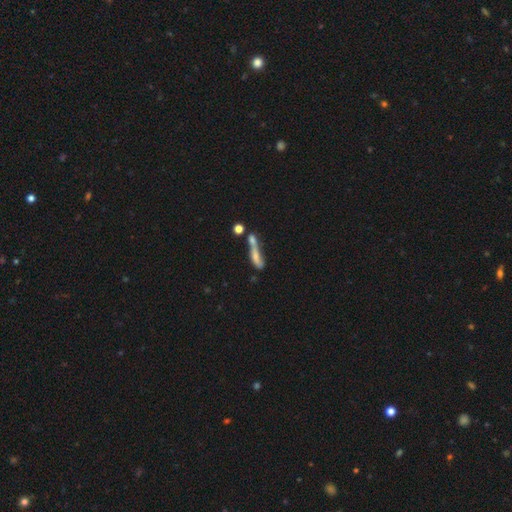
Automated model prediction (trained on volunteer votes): Smooth or featured?
  - smooth: 53% *
  - featured or disk: 36%
  - star or artifact: 11%
How rounded?
  - cigar-shaped: 69% *
  - in between: 26%
  - round: 5%
Merging?
  - merger: 47% *
  - none: 22%
  - major disturbance: 18%
  - minor disturbance: 13%